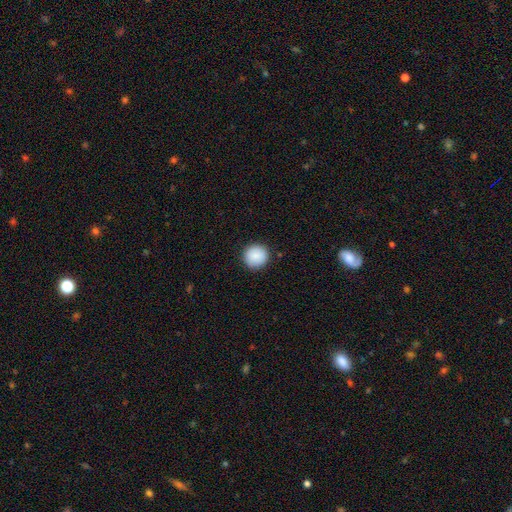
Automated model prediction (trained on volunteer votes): Q: Smooth or featured?
A: smooth (88%); runner-up: star or artifact (7%)
Q: How rounded?
A: round (94%); runner-up: in between (5%)
Q: Merging?
A: none (91%); runner-up: minor disturbance (6%)